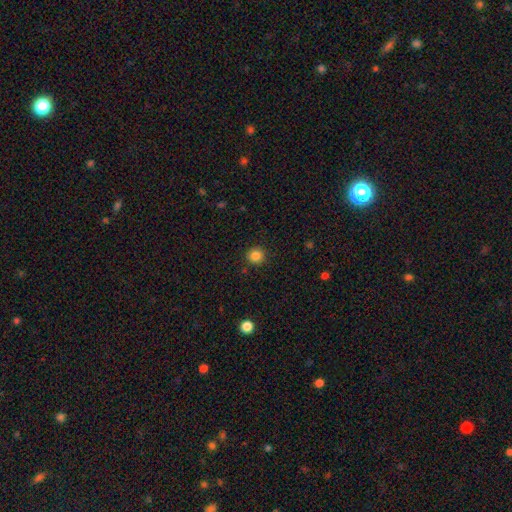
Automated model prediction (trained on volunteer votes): This is clearly a smooth galaxy (84%). How rounded: clearly round (93%). Merging: clearly none (90%).